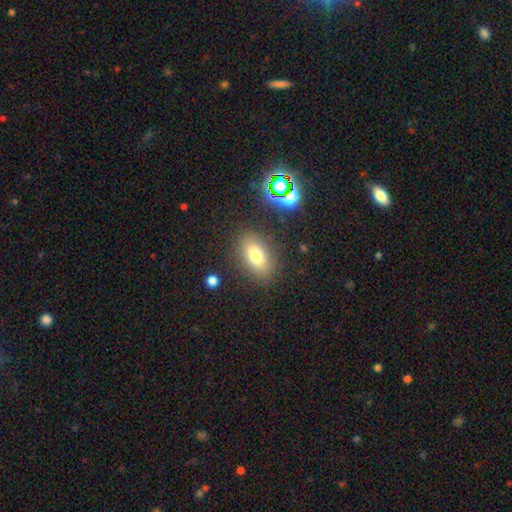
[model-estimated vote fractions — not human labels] Overall: smooth (74%). How rounded: in between (84%). Merging: none (85%).